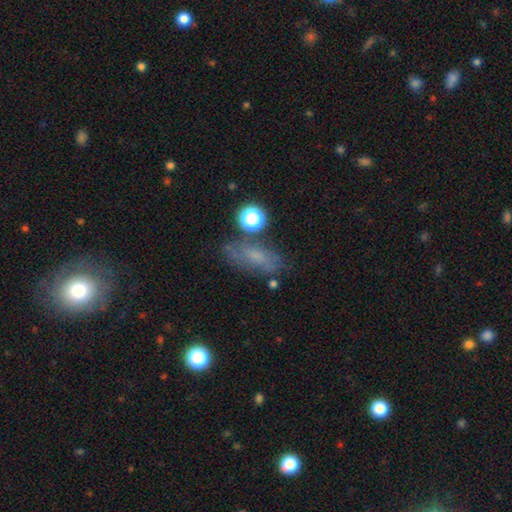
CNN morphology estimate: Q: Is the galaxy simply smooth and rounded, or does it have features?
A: smooth — 49%.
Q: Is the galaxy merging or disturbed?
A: none — 60%.